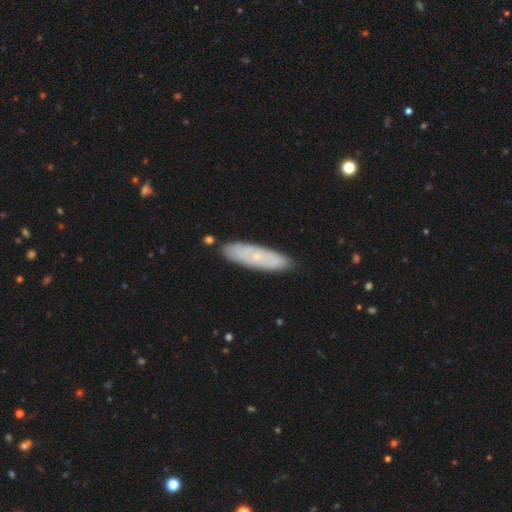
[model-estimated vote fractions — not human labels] The model was most divided on "smooth or featured": smooth: 50%, featured or disk: 37%, star or artifact: 12%. More confident: merging — none (85%); how rounded — cigar-shaped (68%).